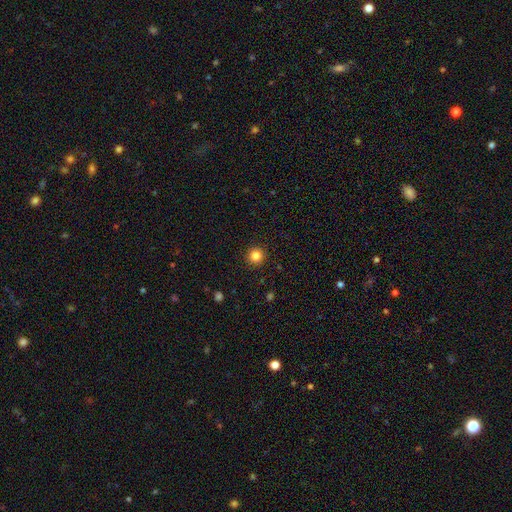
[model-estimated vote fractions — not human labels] This appears to be a smooth galaxy with no disk features (84%) that is round (95%). Merging: none (93%).